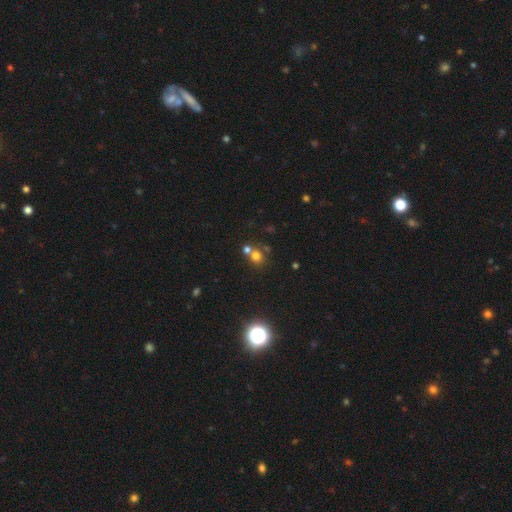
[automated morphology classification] Smooth or featured? Predicted: smooth (p=0.67). How rounded? Predicted: round (p=0.82). Merging? Predicted: none (p=0.51).